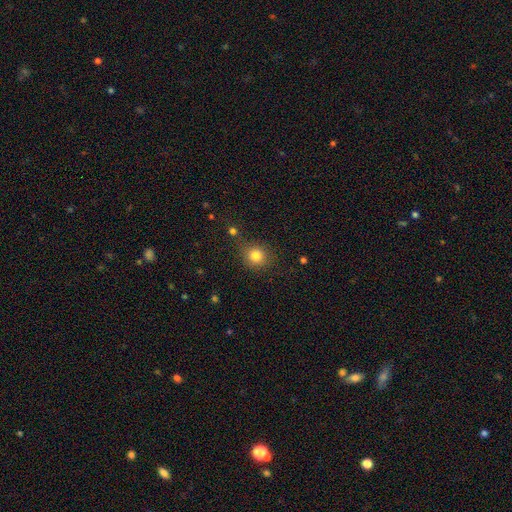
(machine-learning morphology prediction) Q: Smooth or featured?
A: smooth (83%); runner-up: star or artifact (12%)
Q: How rounded?
A: round (87%); runner-up: in between (12%)
Q: Merging?
A: none (78%); runner-up: minor disturbance (12%)